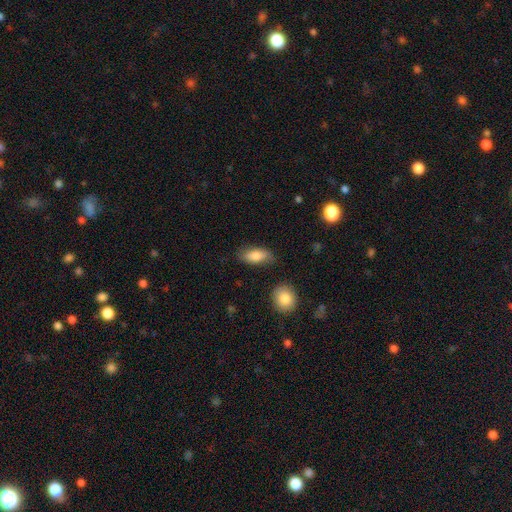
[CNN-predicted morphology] smooth-or-featured: smooth: 81% | featured or disk: 12% | star or artifact: 7%
  how-rounded: in between: 87% | cigar-shaped: 9% | round: 4%
  merging: none: 75% | minor disturbance: 18% | major disturbance: 4% | merger: 3%